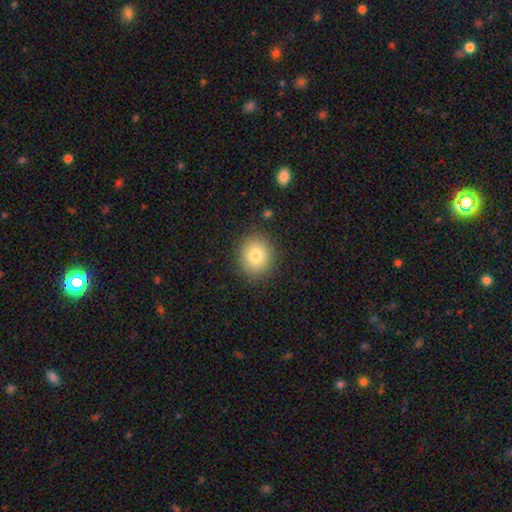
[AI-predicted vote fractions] Smooth or featured?
  - smooth: 80% *
  - star or artifact: 10%
  - featured or disk: 10%
How rounded?
  - round: 78% *
  - in between: 21%
  - cigar-shaped: 1%
Merging?
  - none: 88% *
  - minor disturbance: 8%
  - major disturbance: 3%
  - merger: 1%